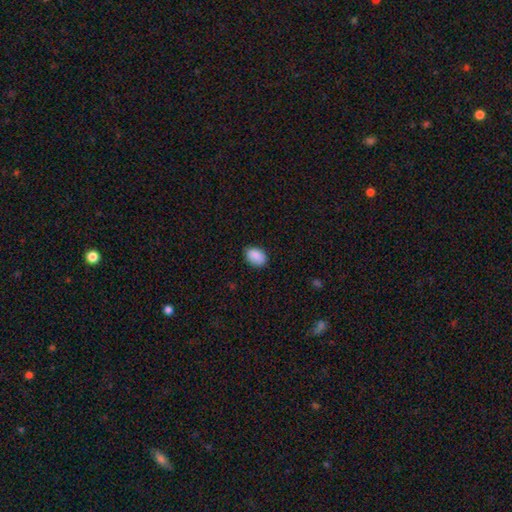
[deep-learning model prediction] smooth 89%, star or artifact 7%, featured or disk 4%. Down the decision tree: how rounded — in between (83%); merging — none (82%).